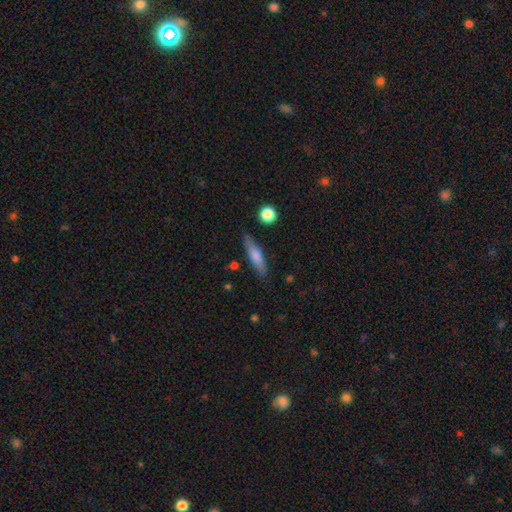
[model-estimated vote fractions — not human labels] A smooth galaxy with no disk features (64%) that is cigar-shaped (78%).

Vote fractions:
- Smooth or featured? smooth: 64% / featured or disk: 29% / star or artifact: 7%
- How rounded? cigar-shaped: 78% / in between: 19% / round: 2%
- Merging? none: 84% / minor disturbance: 11% / major disturbance: 2% / merger: 2%